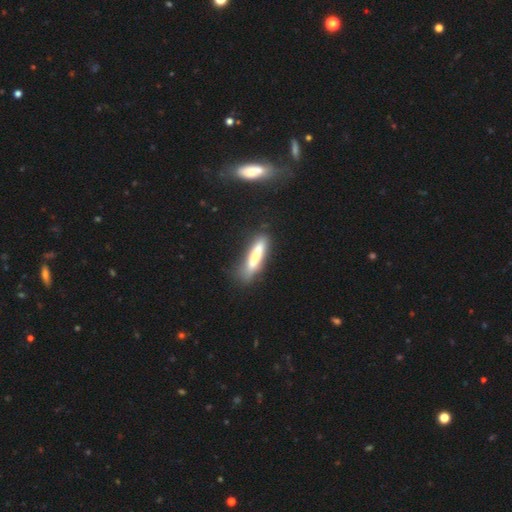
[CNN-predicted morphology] This is likely a smooth galaxy (65%). How rounded: clearly cigar-shaped (84%). Merging: likely none (74%).